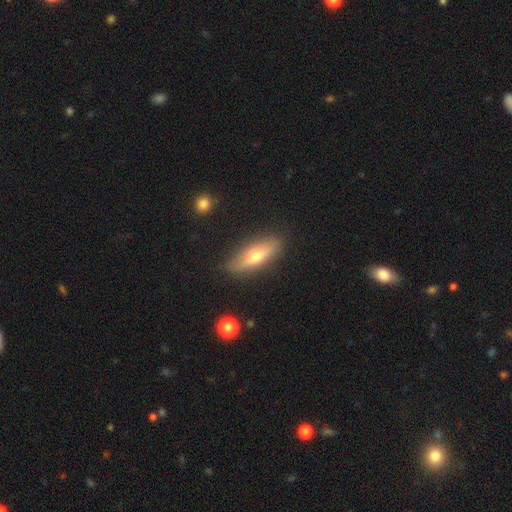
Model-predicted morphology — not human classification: A smooth galaxy with no disk features (49%).

Vote fractions:
- Smooth or featured? smooth: 49% / featured or disk: 44% / star or artifact: 7%
- Merging? none: 84% / minor disturbance: 11% / major disturbance: 3% / merger: 1%